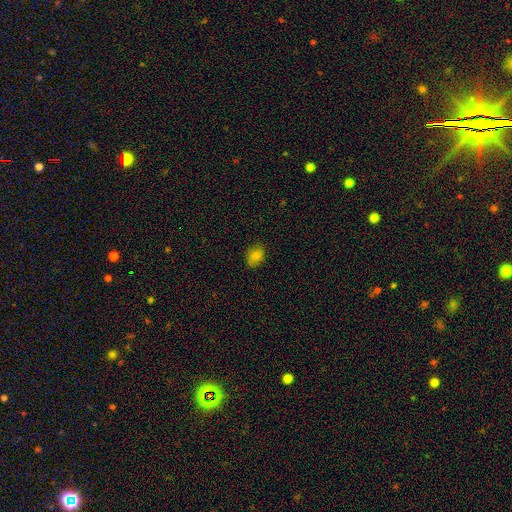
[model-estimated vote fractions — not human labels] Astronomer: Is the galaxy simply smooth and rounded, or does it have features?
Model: smooth — 79%.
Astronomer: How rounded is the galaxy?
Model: in between — 63%.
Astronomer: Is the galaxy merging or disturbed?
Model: none — 82%.